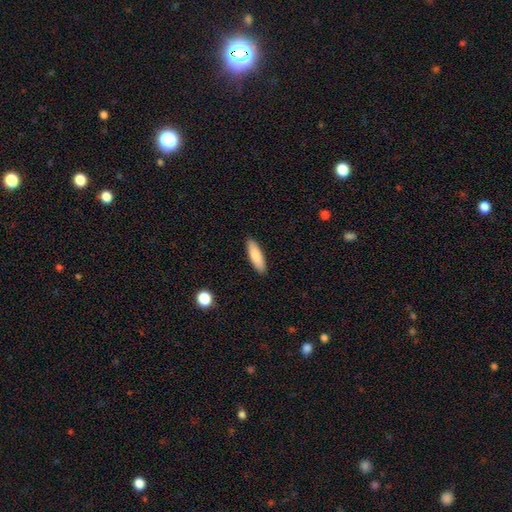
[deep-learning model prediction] smooth 84%, featured or disk 10%, star or artifact 6%. Down the decision tree: how rounded — cigar-shaped (57%); merging — none (90%).